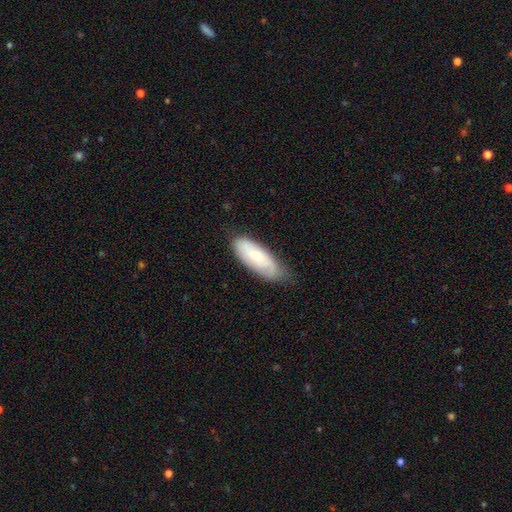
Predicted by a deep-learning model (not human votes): A smooth galaxy with no disk features (57%) that is in between round and cigar-shaped (70%).

Vote fractions:
- Smooth or featured? smooth: 57% / featured or disk: 36% / star or artifact: 6%
- How rounded? in between: 70% / cigar-shaped: 28% / round: 2%
- Merging? none: 68% / minor disturbance: 26% / major disturbance: 5% / merger: 1%